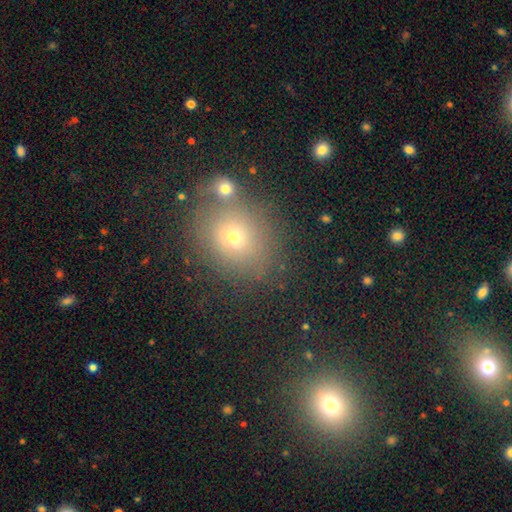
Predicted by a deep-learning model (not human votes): Q: Smooth or featured?
A: smooth (63%); runner-up: star or artifact (24%)
Q: How rounded?
A: round (67%); runner-up: in between (31%)
Q: Merging?
A: none (75%); runner-up: minor disturbance (11%)